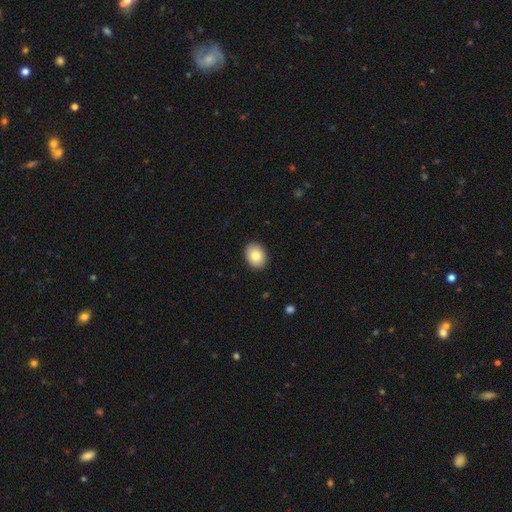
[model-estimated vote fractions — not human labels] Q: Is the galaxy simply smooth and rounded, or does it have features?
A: smooth — 85%.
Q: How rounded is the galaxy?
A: in between — 67%.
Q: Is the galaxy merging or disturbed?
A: none — 90%.